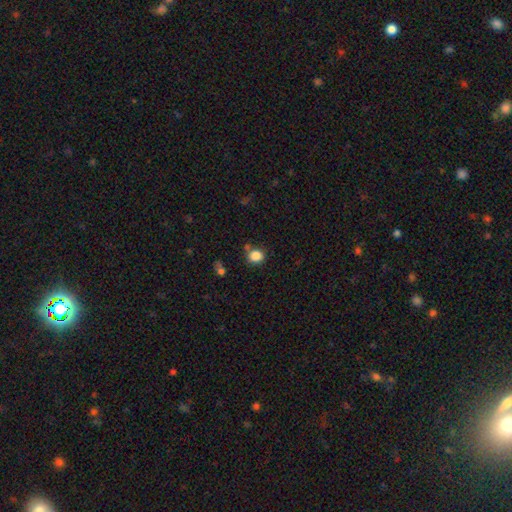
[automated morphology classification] Q: Smooth or featured?
A: smooth (85%); runner-up: star or artifact (11%)
Q: How rounded?
A: round (81%); runner-up: in between (18%)
Q: Merging?
A: none (75%); runner-up: minor disturbance (12%)